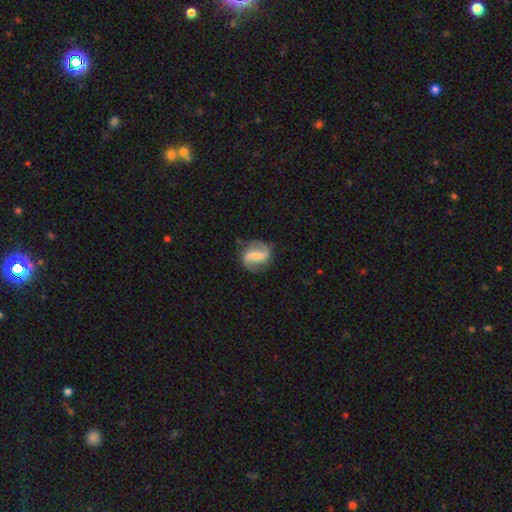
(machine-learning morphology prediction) The model was most divided on "bar": weak: 40%, strong: 39%, no: 21%. More confident: edge-on disk — no (98%); spiral arms — yes (95%); spiral arm count — 2 (92%); smooth or featured — featured or disk (83%); merging — none (78%); bulge size — small (57%); spiral winding — loose (51%).